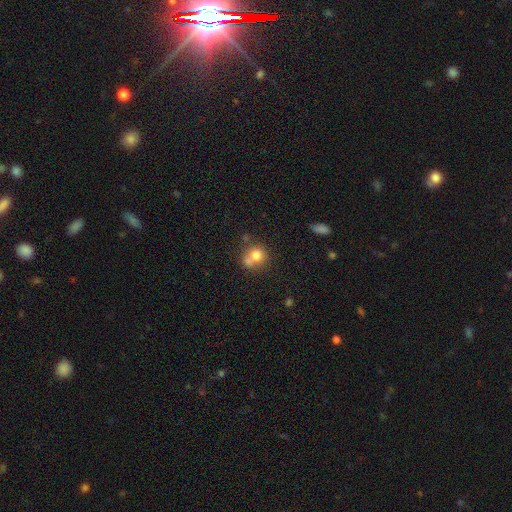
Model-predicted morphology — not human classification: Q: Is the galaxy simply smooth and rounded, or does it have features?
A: smooth — 74%.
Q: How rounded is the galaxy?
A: round — 84%.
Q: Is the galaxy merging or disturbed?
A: none — 43%.